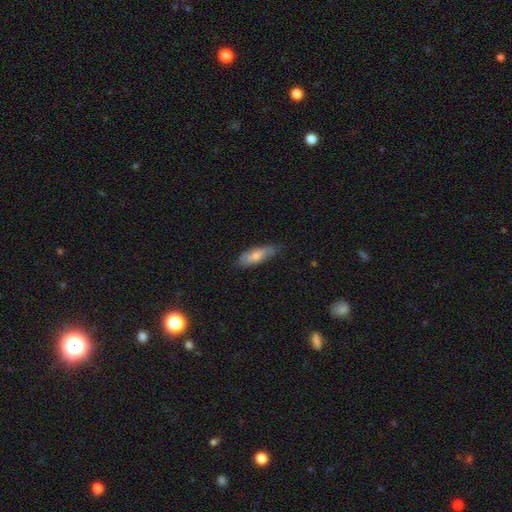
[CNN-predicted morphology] Smooth or featured: smooth — 74% (featured or disk — 21%)
How rounded: in between — 61% (cigar-shaped — 37%)
Merging: none — 73% (minor disturbance — 22%)